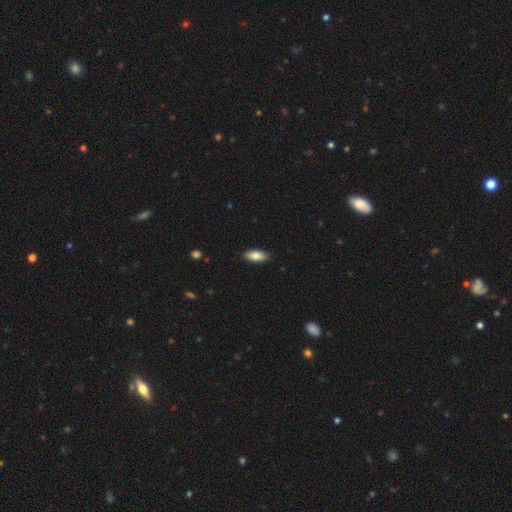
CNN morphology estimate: Q: Smooth or featured?
A: smooth (83%); runner-up: featured or disk (11%)
Q: How rounded?
A: in between (86%); runner-up: cigar-shaped (12%)
Q: Merging?
A: none (89%); runner-up: minor disturbance (8%)